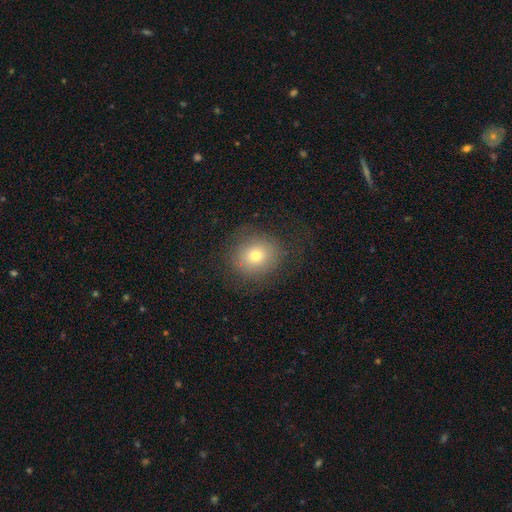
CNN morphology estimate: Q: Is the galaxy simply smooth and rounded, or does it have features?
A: smooth — 71%.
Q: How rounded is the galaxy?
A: round — 78%.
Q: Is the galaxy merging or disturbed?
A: none — 76%.